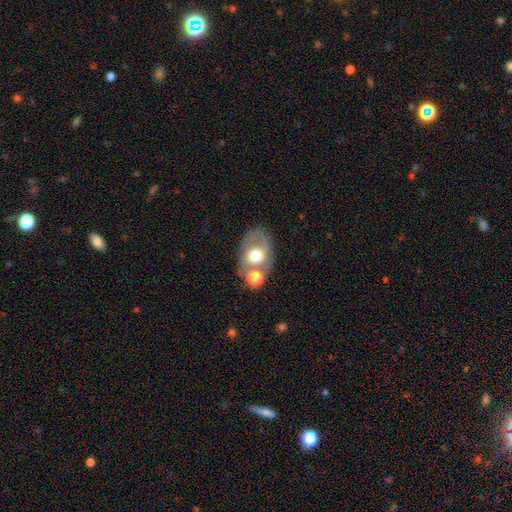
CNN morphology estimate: Smooth or featured? featured or disk (46%)
Merging? none (49%)